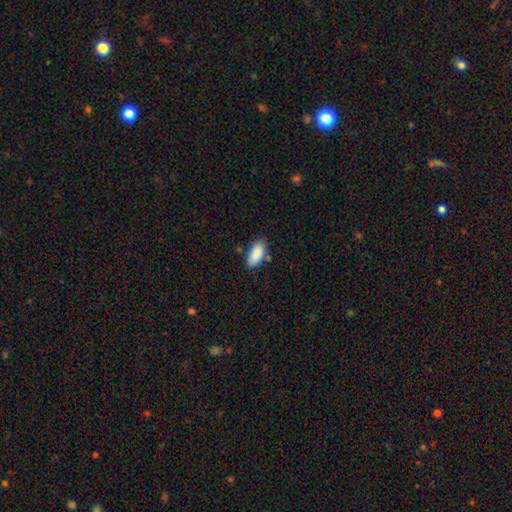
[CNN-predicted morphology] Smooth or featured: smooth — 89% (star or artifact — 6%)
How rounded: in between — 91% (cigar-shaped — 7%)
Merging: none — 75% (minor disturbance — 16%)